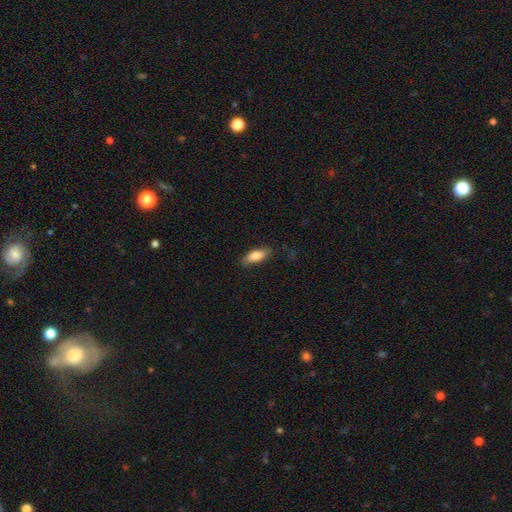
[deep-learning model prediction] Morphology: type=smooth (81%); roundness=in between (75%); merging=none (78%).